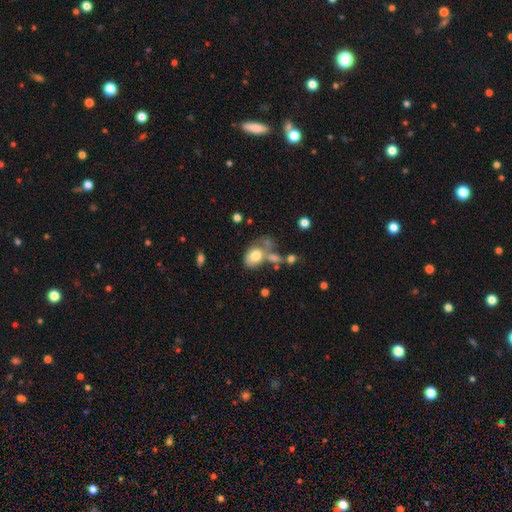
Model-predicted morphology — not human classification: Smooth or featured? Predicted: smooth (p=0.72). How rounded? Predicted: in between (p=0.72). Merging? Predicted: merger (p=0.35).